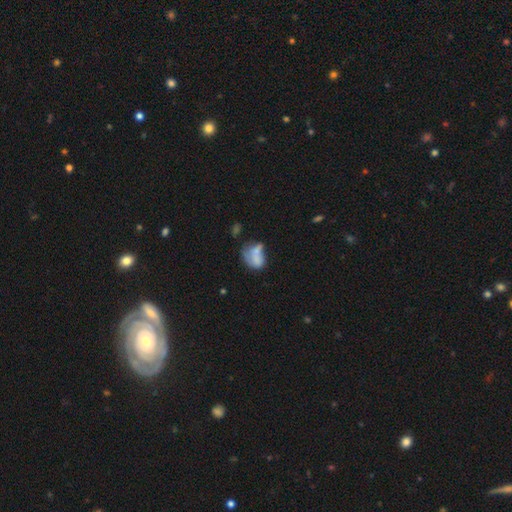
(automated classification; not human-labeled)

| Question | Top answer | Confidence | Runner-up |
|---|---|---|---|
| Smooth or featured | smooth | 59% | featured or disk (31%) |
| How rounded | in between | 71% | round (27%) |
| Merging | merger | 27% | none (25%) |